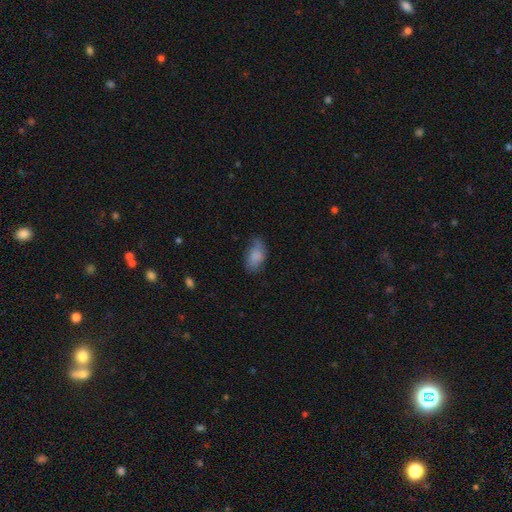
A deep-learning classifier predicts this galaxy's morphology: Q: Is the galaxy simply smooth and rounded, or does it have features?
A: smooth — 80%.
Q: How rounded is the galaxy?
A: in between — 92%.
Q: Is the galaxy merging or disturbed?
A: none — 56%.